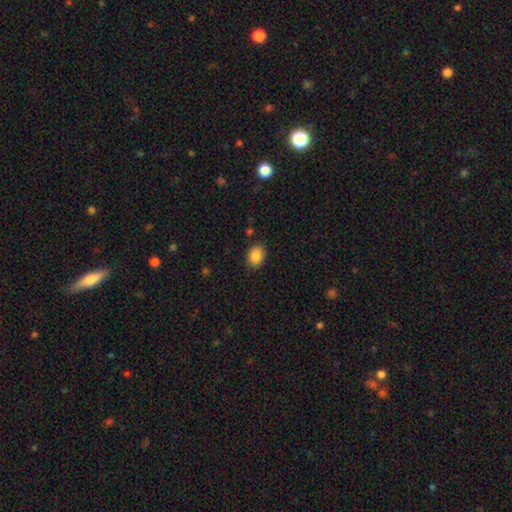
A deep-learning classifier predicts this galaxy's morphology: Q: Smooth or featured?
A: smooth (87%); runner-up: star or artifact (8%)
Q: How rounded?
A: in between (66%); runner-up: round (33%)
Q: Merging?
A: none (85%); runner-up: minor disturbance (11%)